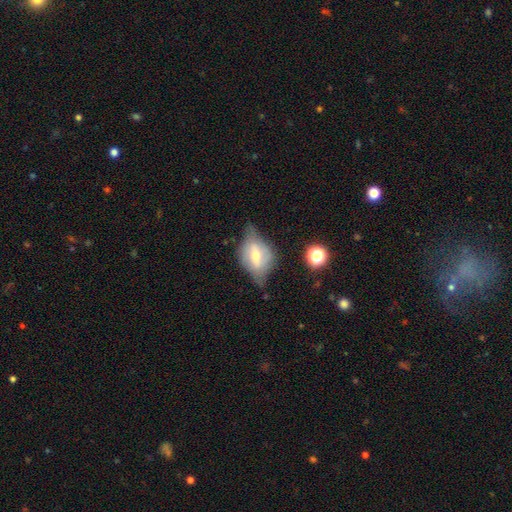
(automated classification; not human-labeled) Smooth or featured? Predicted: featured or disk (p=0.59). Edge-on disk? Predicted: no (p=0.55). Merging? Predicted: none (p=0.48).